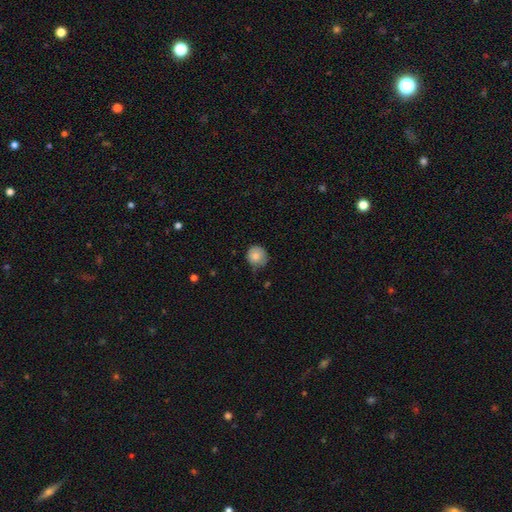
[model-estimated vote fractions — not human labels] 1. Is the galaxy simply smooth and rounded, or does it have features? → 81% smooth, 10% featured or disk, 8% star or artifact.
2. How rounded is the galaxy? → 88% round, 11% in between, 1% cigar-shaped.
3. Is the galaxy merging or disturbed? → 60% none, 32% minor disturbance, 6% major disturbance, 2% merger.